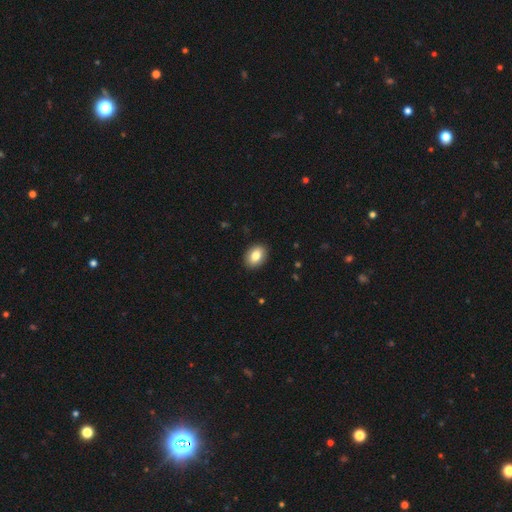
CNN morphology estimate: type=smooth (84%); roundness=in between (80%); merging=none (90%).